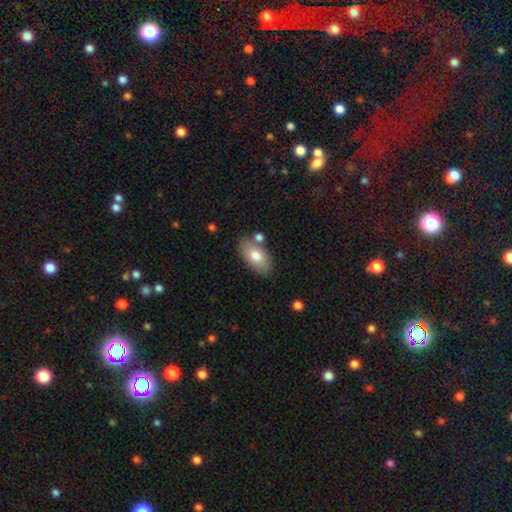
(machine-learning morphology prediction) Q: Smooth or featured?
A: smooth (75%); runner-up: featured or disk (18%)
Q: How rounded?
A: in between (93%); runner-up: round (5%)
Q: Merging?
A: none (73%); runner-up: minor disturbance (14%)